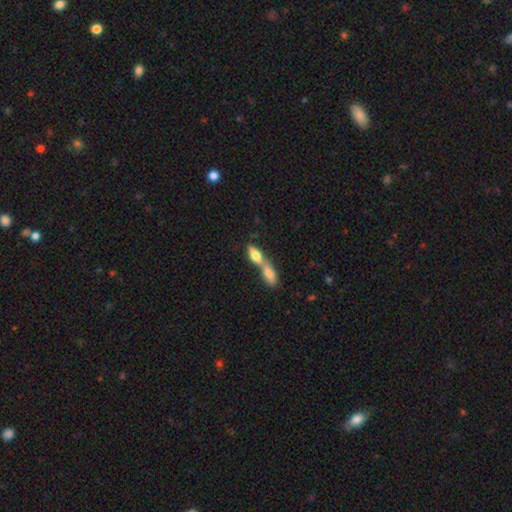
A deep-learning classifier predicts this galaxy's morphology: type=smooth (70%); roundness=in between (69%); merging=merger (72%).